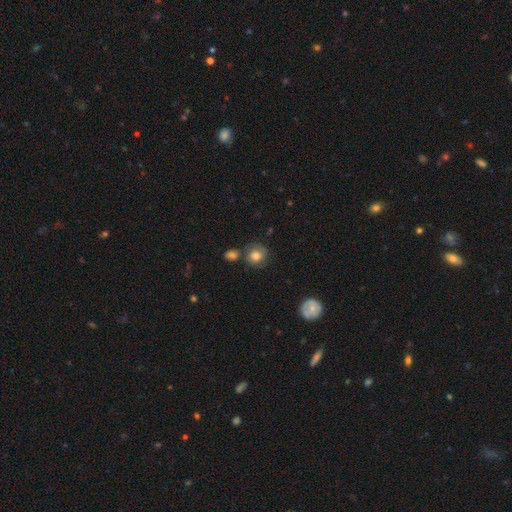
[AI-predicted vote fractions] Q: Smooth or featured?
A: smooth (63%); runner-up: featured or disk (27%)
Q: How rounded?
A: round (83%); runner-up: in between (16%)
Q: Merging?
A: none (63%); runner-up: minor disturbance (17%)